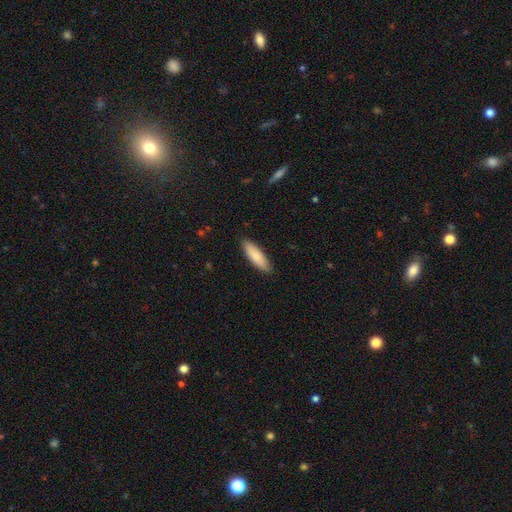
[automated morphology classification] A smooth galaxy with no disk features (85%) that is cigar-shaped (52%).

Vote fractions:
- Smooth or featured? smooth: 85% / featured or disk: 10% / star or artifact: 5%
- How rounded? cigar-shaped: 52% / in between: 46% / round: 1%
- Merging? none: 88% / minor disturbance: 9% / major disturbance: 2% / merger: 1%